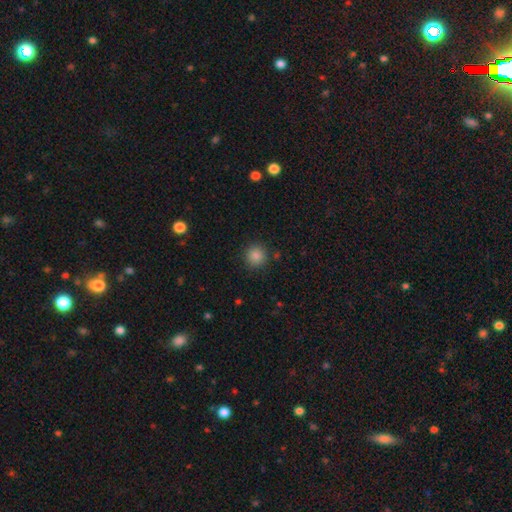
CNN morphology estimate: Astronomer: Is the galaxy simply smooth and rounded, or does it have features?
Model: smooth — 86%.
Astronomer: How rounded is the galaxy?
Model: round — 93%.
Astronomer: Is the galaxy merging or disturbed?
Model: none — 89%.